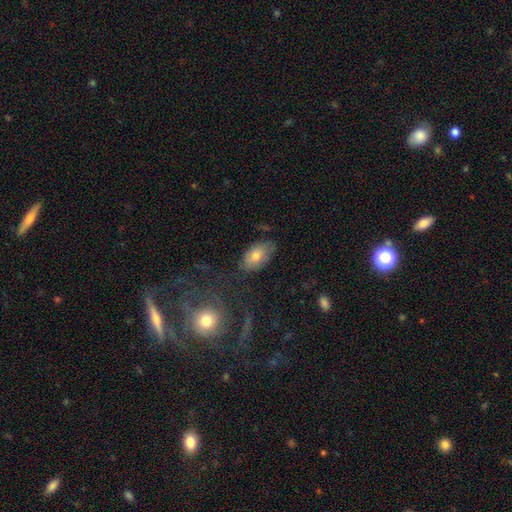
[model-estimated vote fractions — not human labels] Morphology: type=smooth (69%); roundness=in between (91%); merging=none (73%).